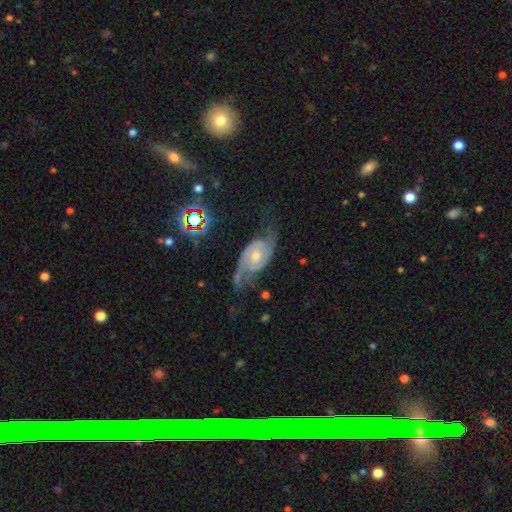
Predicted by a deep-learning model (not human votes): featured or disk 86%, smooth 8%, star or artifact 7%. Down the decision tree: edge-on disk — no (96%); bar — no (67%); spiral arms — yes (96%); spiral arm count — 2 (90%); spiral winding — medium (45%); bulge size — moderate (60%); merging — none (61%).